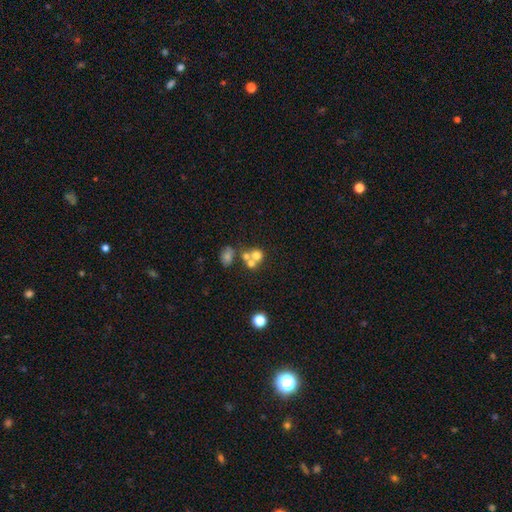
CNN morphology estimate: A smooth galaxy with no disk features (64%) that is round (79%).

Vote fractions:
- Smooth or featured? smooth: 64% / featured or disk: 21% / star or artifact: 15%
- How rounded? round: 79% / in between: 20% / cigar-shaped: 1%
- Merging? merger: 52% / none: 36% / minor disturbance: 8% / major disturbance: 5%